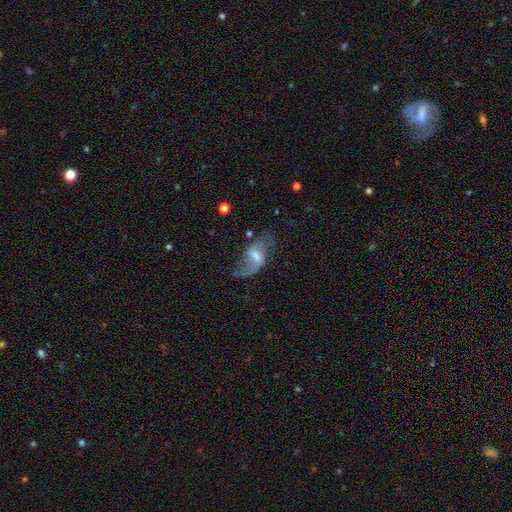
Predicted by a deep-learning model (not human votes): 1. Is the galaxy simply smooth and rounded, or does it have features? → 76% featured or disk, 17% smooth, 8% star or artifact.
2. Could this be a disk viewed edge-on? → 95% no, 5% yes.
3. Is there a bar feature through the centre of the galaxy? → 56% weak, 23% no, 22% strong.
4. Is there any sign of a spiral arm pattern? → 89% yes, 11% no.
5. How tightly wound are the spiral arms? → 71% loose, 24% medium, 6% tight.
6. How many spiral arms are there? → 77% 2, 15% 1, 6% can't tell, 1% 3, 1% 4, 1% more than 4.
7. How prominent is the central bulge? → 47% moderate, 36% small, 8% none, 7% large, 1% dominant.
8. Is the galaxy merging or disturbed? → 58% none, 21% minor disturbance, 18% major disturbance, 3% merger.